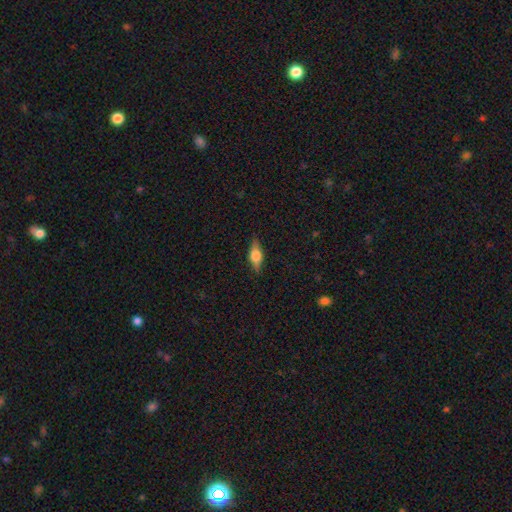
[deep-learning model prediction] Smooth or featured?
  - smooth: 48% *
  - featured or disk: 44%
  - star or artifact: 8%
Merging?
  - none: 84% *
  - minor disturbance: 12%
  - major disturbance: 3%
  - merger: 1%